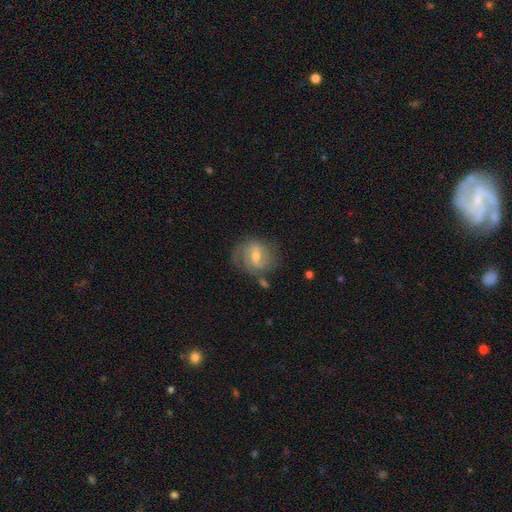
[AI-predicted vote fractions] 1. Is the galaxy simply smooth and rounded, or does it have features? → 77% featured or disk, 17% smooth, 6% star or artifact.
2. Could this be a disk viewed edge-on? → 97% no, 3% yes.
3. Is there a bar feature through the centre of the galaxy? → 58% weak, 24% no, 19% strong.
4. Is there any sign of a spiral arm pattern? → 91% yes, 9% no.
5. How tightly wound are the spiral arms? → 48% tight, 39% medium, 12% loose.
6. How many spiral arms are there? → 53% 2, 21% can't tell, 13% 3, 8% 1, 3% 4, 2% more than 4.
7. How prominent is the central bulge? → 60% moderate, 35% small, 3% large, 1% none, 1% dominant.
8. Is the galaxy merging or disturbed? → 61% none, 22% minor disturbance, 12% major disturbance, 5% merger.